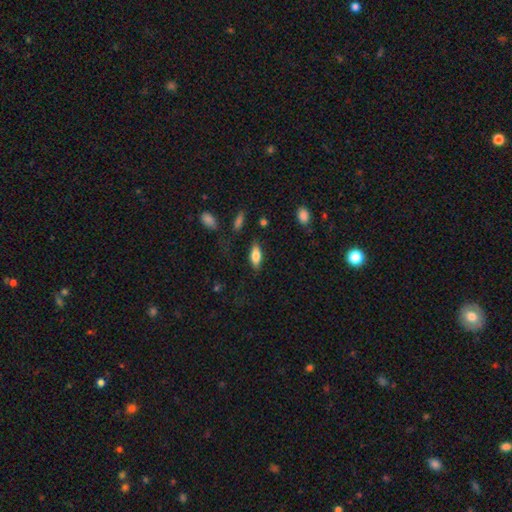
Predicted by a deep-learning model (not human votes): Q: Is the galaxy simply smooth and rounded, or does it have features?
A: smooth — 74%.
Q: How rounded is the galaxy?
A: in between — 78%.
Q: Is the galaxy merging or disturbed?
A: none — 80%.